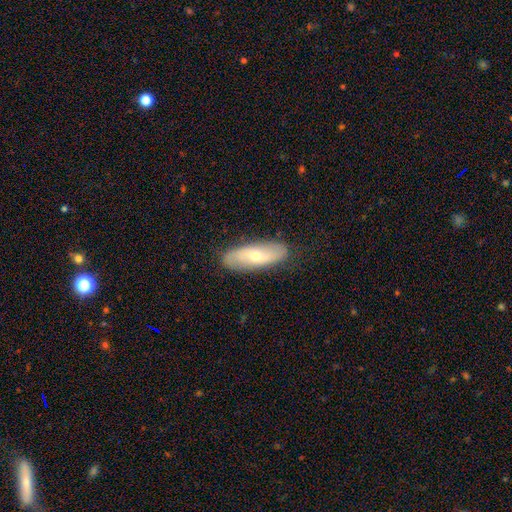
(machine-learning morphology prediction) A featured or disk galaxy (52%).

Vote fractions:
- Smooth or featured? featured or disk: 52% / smooth: 39% / star or artifact: 10%
- Edge-on disk? no: 72% / yes: 28%
- Merging? none: 83% / minor disturbance: 13% / major disturbance: 3% / merger: 1%